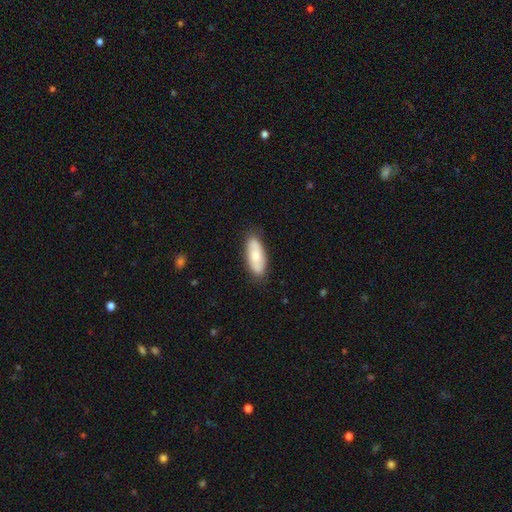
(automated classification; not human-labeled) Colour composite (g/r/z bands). It shows a smooth galaxy with no disk features (64%) that is in between round and cigar-shaped (83%). Merging: none (84%).